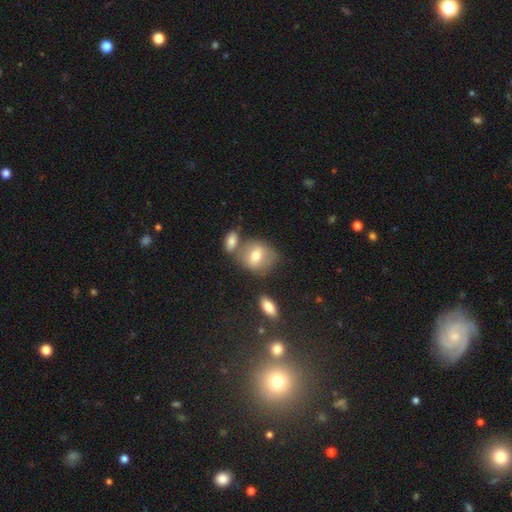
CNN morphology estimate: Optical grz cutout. It shows a smooth galaxy with no disk features (61%) that is round (51%). Merging: none (53%).